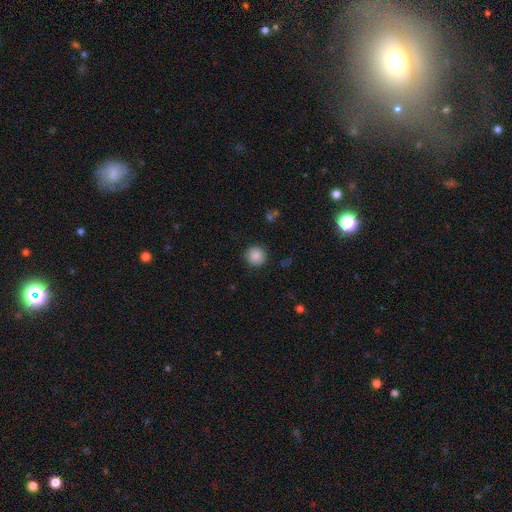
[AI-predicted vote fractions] smooth-or-featured: smooth: 87% | star or artifact: 9% | featured or disk: 4%
  how-rounded: round: 93% | in between: 6% | cigar-shaped: 1%
  merging: none: 88% | minor disturbance: 8% | major disturbance: 2% | merger: 1%